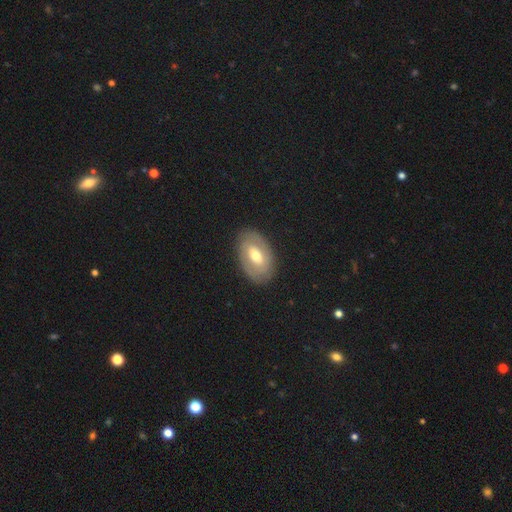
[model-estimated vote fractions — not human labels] smooth_or_featured: featured or disk (p=0.55) [alt: smooth p=0.39]
disk_edge_on: no (p=0.91) [alt: yes p=0.09]
bar: no (p=0.40) [alt: weak p=0.38]
has_spiral_arms: no (p=0.64) [alt: yes p=0.36]
bulge_size: moderate (p=0.68) [alt: small p=0.22]
merging: none (p=0.85) [alt: minor disturbance p=0.11]